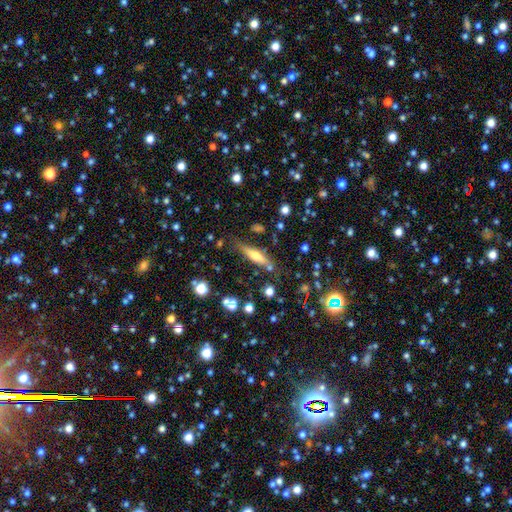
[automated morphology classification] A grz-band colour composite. It shows a smooth galaxy with no disk features (48%). Merging: none (73%).